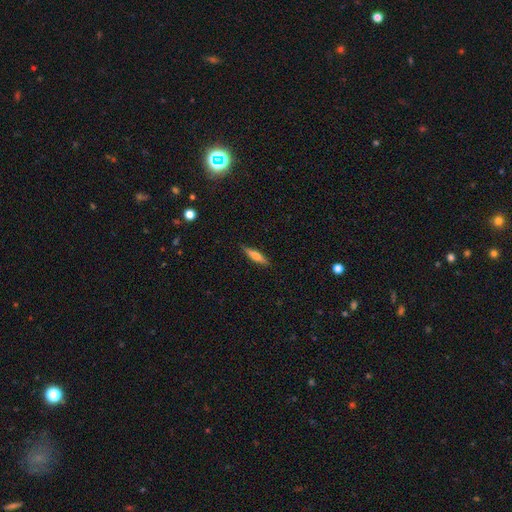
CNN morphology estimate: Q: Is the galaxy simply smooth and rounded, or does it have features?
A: smooth — 60%.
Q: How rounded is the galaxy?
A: cigar-shaped — 81%.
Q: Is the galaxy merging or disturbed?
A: none — 87%.